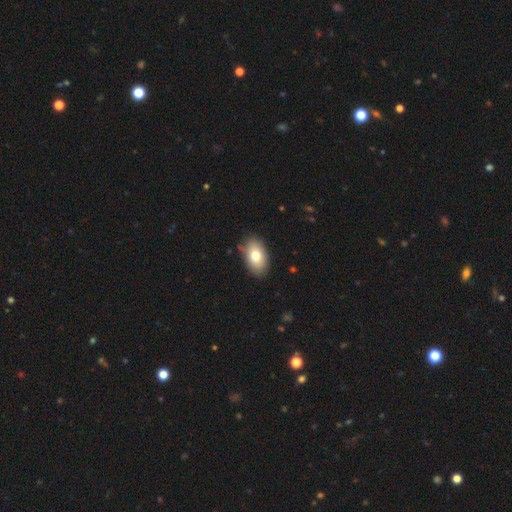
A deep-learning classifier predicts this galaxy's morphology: The model was most divided on "smooth or featured": smooth: 76%, featured or disk: 16%, star or artifact: 8%. More confident: how rounded — in between (90%); merging — none (83%).